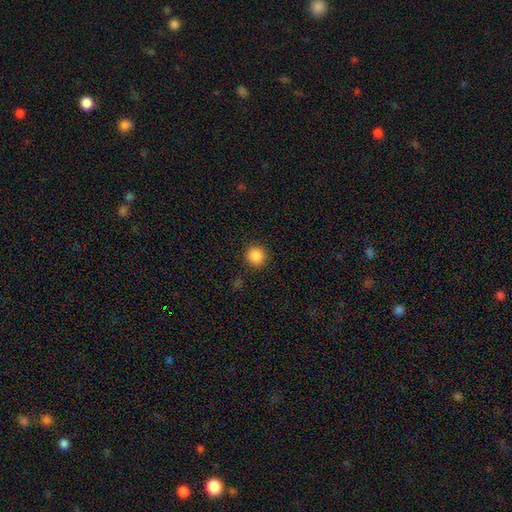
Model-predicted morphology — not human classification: This is clearly a smooth galaxy (88%). How rounded: clearly round (95%). Merging: clearly none (91%).